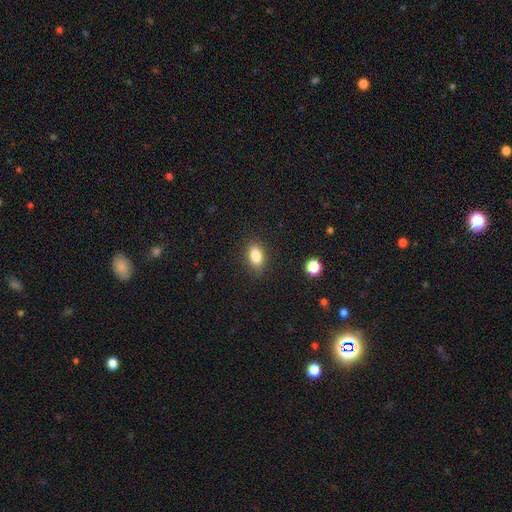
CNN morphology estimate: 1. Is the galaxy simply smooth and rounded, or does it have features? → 84% smooth, 9% star or artifact, 7% featured or disk.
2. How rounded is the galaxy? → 85% in between, 11% round, 3% cigar-shaped.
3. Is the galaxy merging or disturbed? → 87% none, 9% minor disturbance, 3% major disturbance, 1% merger.